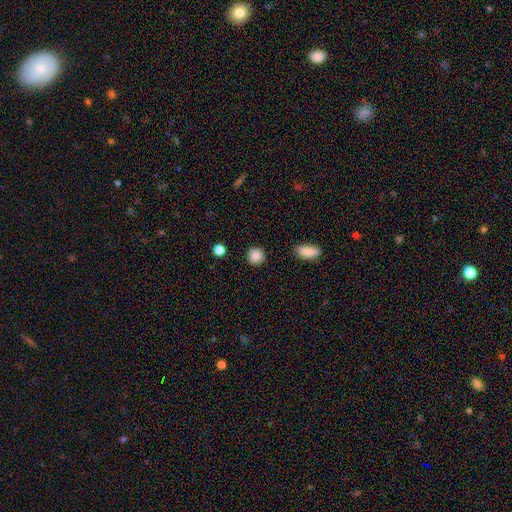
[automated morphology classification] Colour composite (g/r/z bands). It shows a smooth galaxy with no disk features (88%) that is round (92%). Merging: none (90%).